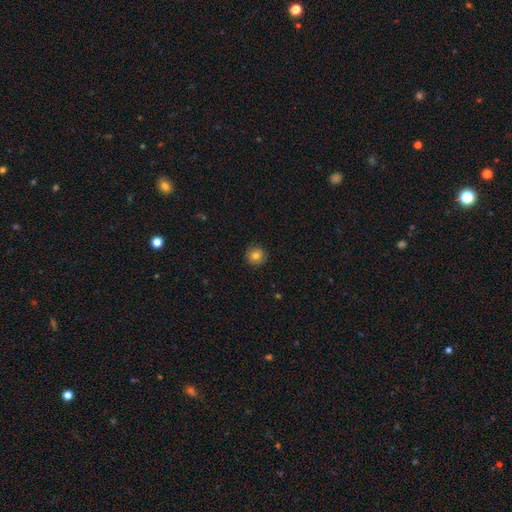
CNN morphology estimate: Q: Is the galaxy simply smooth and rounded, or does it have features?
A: smooth — 78%.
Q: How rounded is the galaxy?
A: round — 94%.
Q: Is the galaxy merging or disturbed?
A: none — 90%.